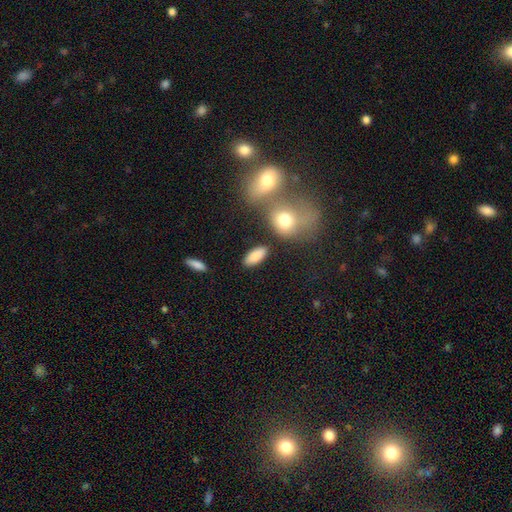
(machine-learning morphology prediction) Smooth or featured? smooth (85%)
How rounded? in between (83%)
Merging? none (83%)